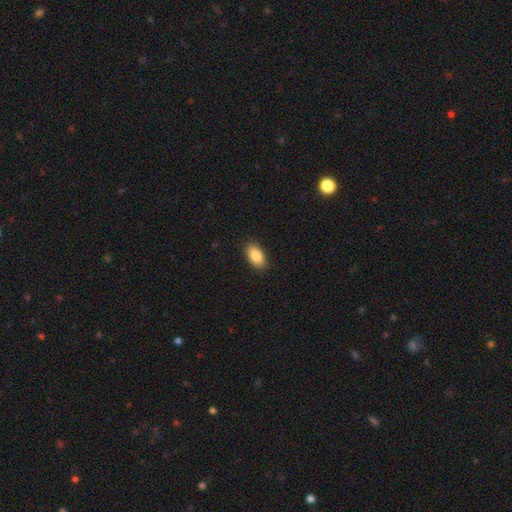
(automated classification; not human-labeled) Smooth or featured?
  - smooth: 87% *
  - star or artifact: 7%
  - featured or disk: 6%
How rounded?
  - in between: 93% *
  - round: 4%
  - cigar-shaped: 3%
Merging?
  - none: 89% *
  - minor disturbance: 8%
  - major disturbance: 2%
  - merger: 1%